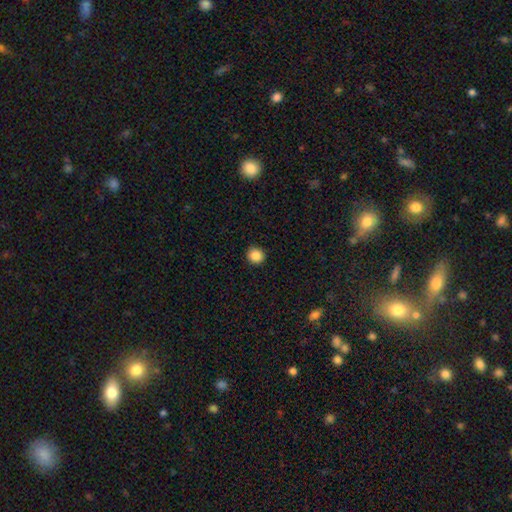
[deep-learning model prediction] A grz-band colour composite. It shows a smooth galaxy with no disk features (87%) that is round (90%). Merging: none (92%).